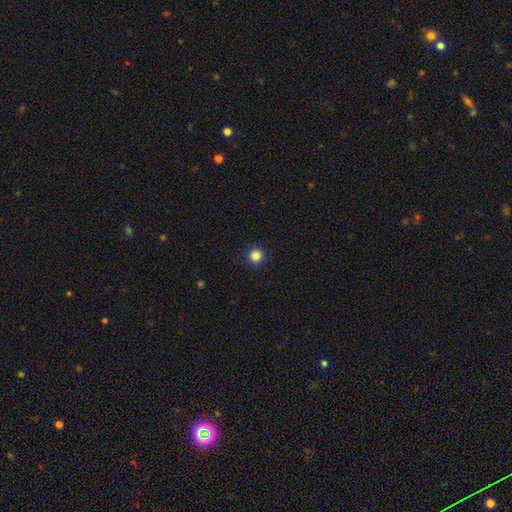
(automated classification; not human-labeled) Morphology: type=smooth (85%); roundness=round (96%); merging=none (93%).